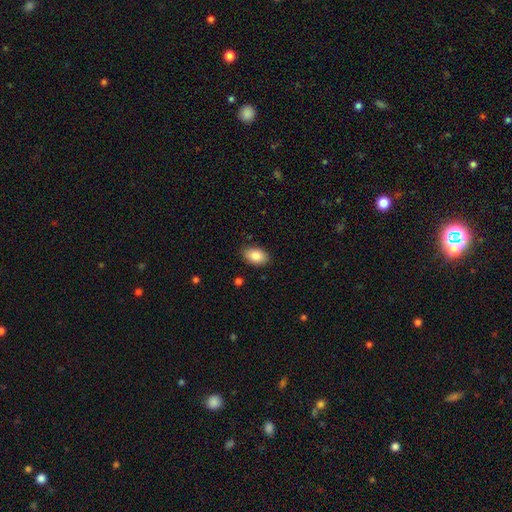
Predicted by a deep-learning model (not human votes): Q: Smooth or featured?
A: smooth (85%); runner-up: featured or disk (7%)
Q: How rounded?
A: in between (88%); runner-up: round (11%)
Q: Merging?
A: none (87%); runner-up: minor disturbance (10%)